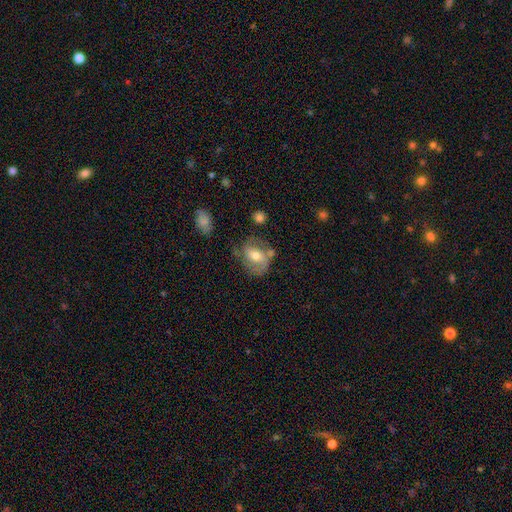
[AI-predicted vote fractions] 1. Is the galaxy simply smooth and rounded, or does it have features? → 51% featured or disk, 41% smooth, 8% star or artifact.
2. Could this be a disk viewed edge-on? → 95% no, 5% yes.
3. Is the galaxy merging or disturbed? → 56% none, 24% minor disturbance, 11% major disturbance, 9% merger.